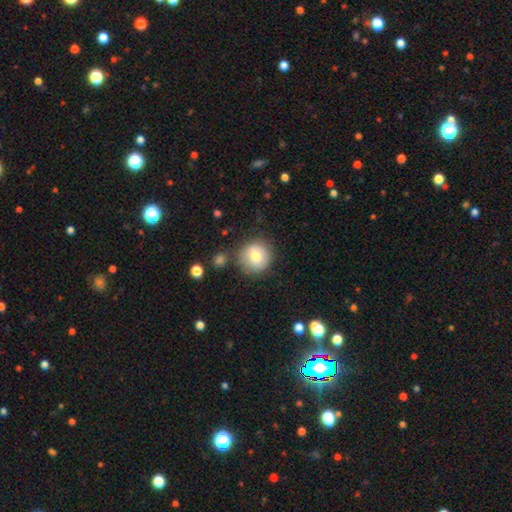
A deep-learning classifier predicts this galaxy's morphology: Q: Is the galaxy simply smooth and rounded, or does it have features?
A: smooth — 75%.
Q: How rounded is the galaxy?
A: round — 93%.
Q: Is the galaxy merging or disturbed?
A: none — 77%.